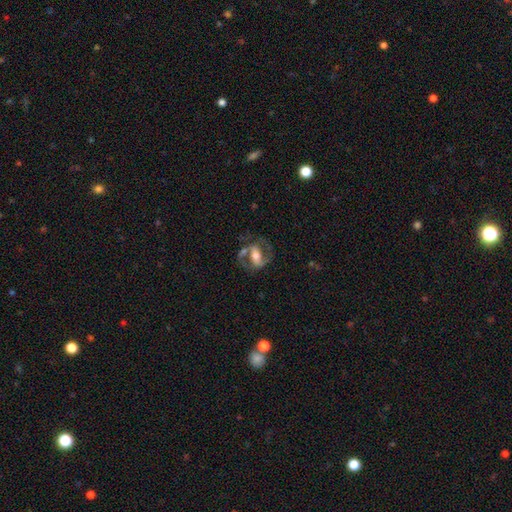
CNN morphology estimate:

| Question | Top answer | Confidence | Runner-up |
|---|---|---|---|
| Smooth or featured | featured or disk | 71% | smooth (22%) |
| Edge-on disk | no | 91% | yes (9%) |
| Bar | strong | 49% | weak (28%) |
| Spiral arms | yes | 71% | no (29%) |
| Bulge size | moderate | 63% | small (18%) |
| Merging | none | 53% | minor disturbance (18%) |